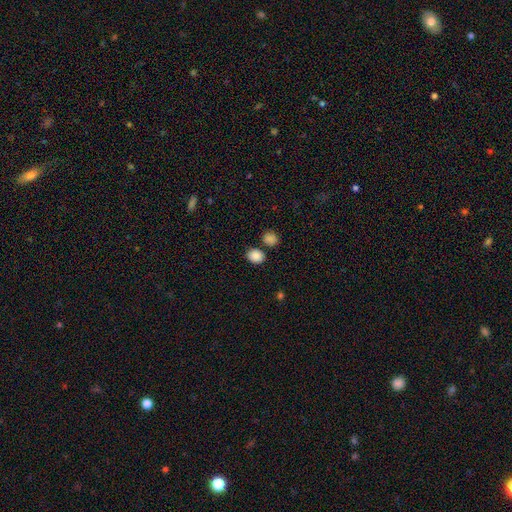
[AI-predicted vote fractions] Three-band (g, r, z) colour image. It shows a smooth galaxy with no disk features (87%) that is round (54%). Merging: none (78%).